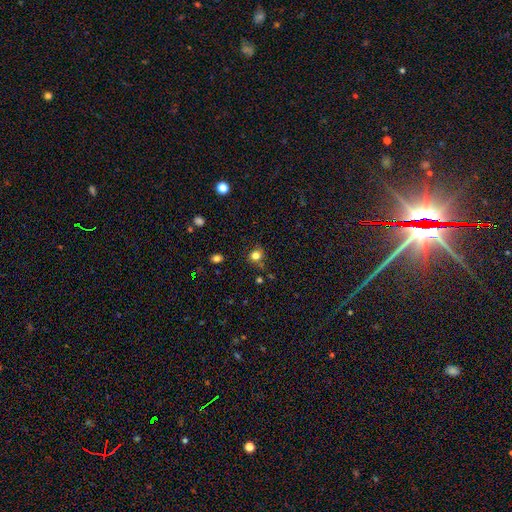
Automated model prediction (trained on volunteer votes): This is likely a smooth galaxy (78%). How rounded: clearly round (83%). Merging: likely none (74%).